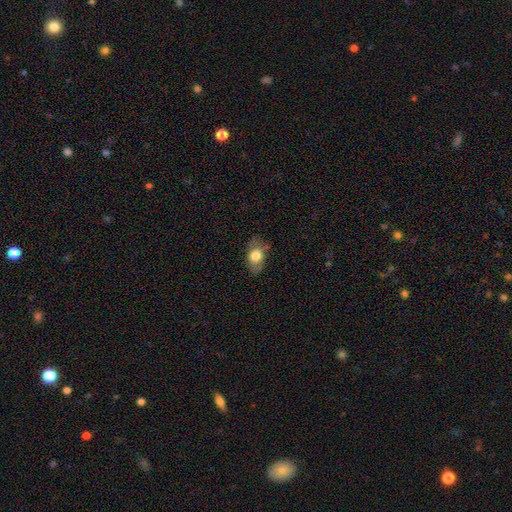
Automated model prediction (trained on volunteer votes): The model was most divided on "smooth or featured": smooth: 70%, featured or disk: 23%, star or artifact: 7%. More confident: how rounded — in between (85%); merging — none (73%).